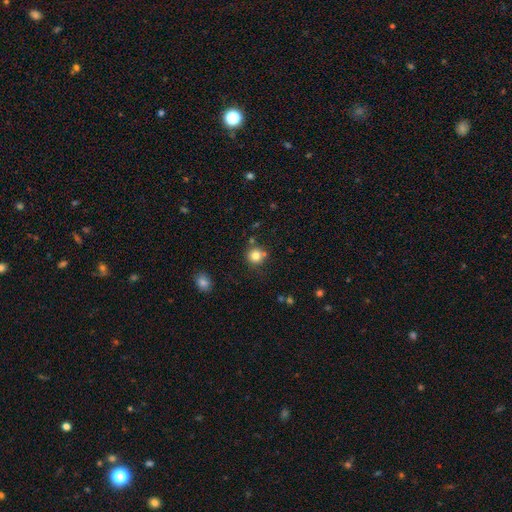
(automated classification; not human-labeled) A smooth galaxy with no disk features (81%) that is round (92%).

Vote fractions:
- Smooth or featured? smooth: 81% / star or artifact: 12% / featured or disk: 7%
- How rounded? round: 92% / in between: 7% / cigar-shaped: 1%
- Merging? none: 75% / minor disturbance: 11% / merger: 11% / major disturbance: 3%